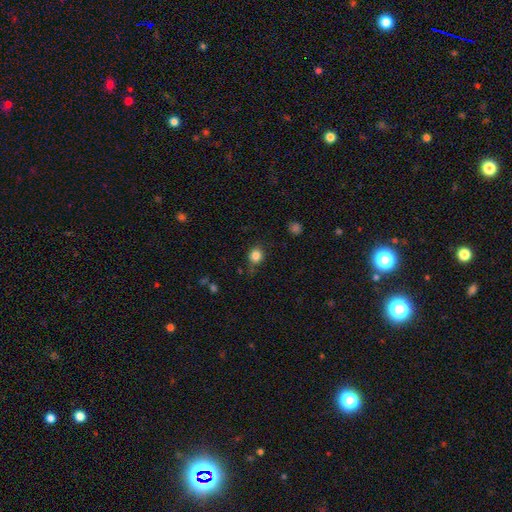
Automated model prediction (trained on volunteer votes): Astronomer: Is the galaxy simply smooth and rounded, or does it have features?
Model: smooth — 83%.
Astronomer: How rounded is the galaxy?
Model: round — 77%.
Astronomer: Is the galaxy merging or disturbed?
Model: none — 77%.